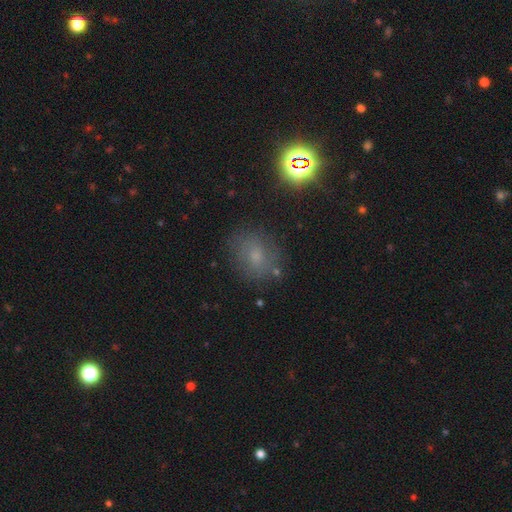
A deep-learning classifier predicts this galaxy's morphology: Smooth or featured? smooth (52%)
How rounded? round (57%)
Merging? none (76%)